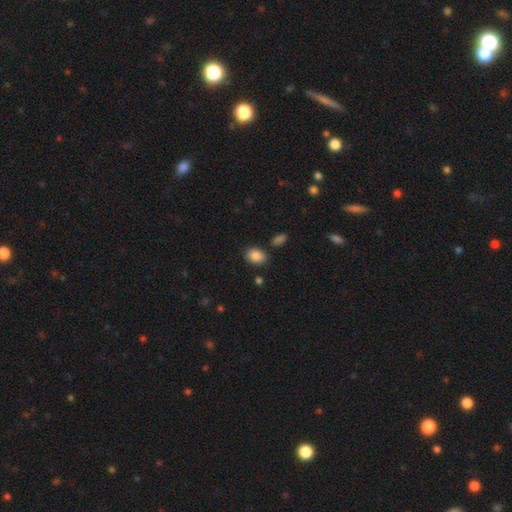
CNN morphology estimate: Smooth or featured: smooth — 88% (star or artifact — 8%)
How rounded: in between — 73% (round — 26%)
Merging: none — 81% (minor disturbance — 11%)